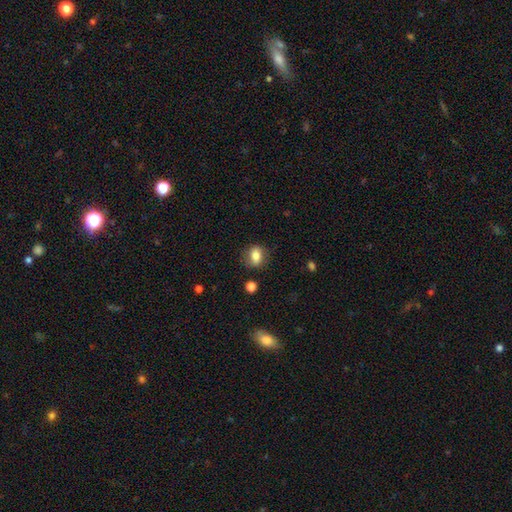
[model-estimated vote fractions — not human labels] Smooth or featured: smooth — 76% (featured or disk — 15%)
How rounded: in between — 58% (round — 40%)
Merging: none — 79% (minor disturbance — 15%)